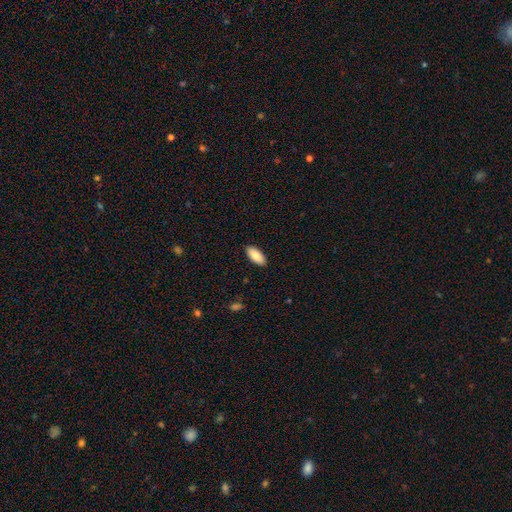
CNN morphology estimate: Smooth or featured? smooth (86%)
How rounded? in between (89%)
Merging? none (89%)